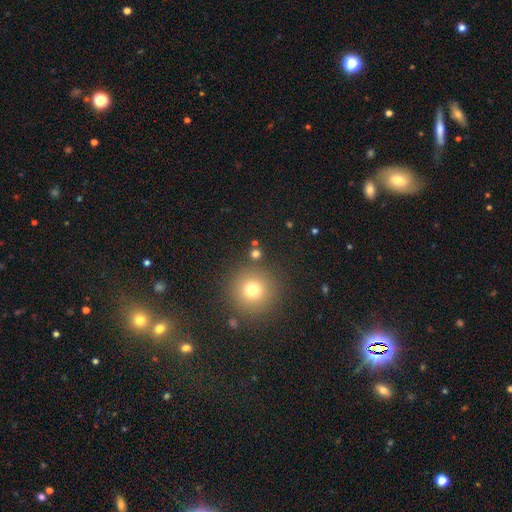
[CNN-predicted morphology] Overall: smooth (61%; star or artifact 30%). How rounded: round (94%). Merging: none (88%).